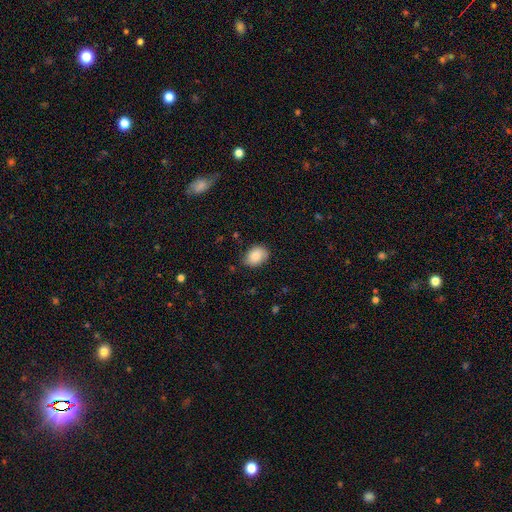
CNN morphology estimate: Smooth or featured? Predicted: smooth (p=0.83). How rounded? Predicted: in between (p=0.72). Merging? Predicted: none (p=0.76).